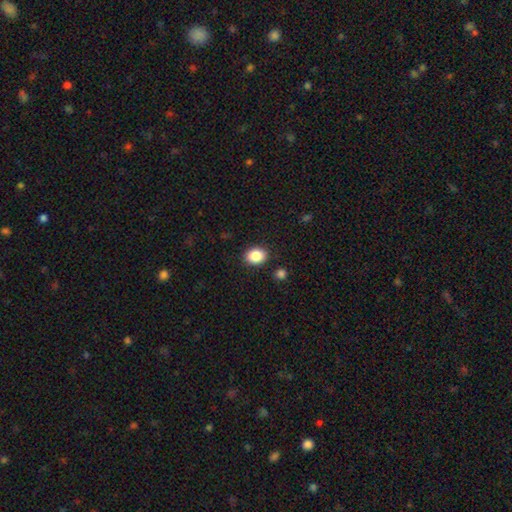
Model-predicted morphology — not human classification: smooth-or-featured: smooth: 87% | star or artifact: 9% | featured or disk: 4%
  how-rounded: in between: 54% | round: 45% | cigar-shaped: 1%
  merging: none: 87% | minor disturbance: 8% | major disturbance: 2% | merger: 2%